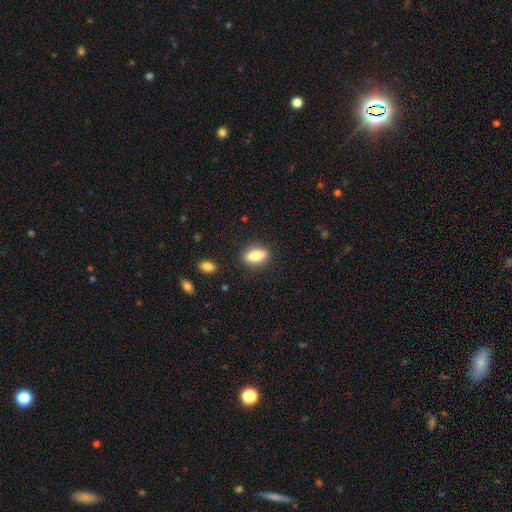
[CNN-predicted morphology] Smooth or featured?
  - smooth: 79% *
  - featured or disk: 14%
  - star or artifact: 7%
How rounded?
  - in between: 77% *
  - cigar-shaped: 17%
  - round: 6%
Merging?
  - none: 86% *
  - minor disturbance: 9%
  - major disturbance: 3%
  - merger: 2%